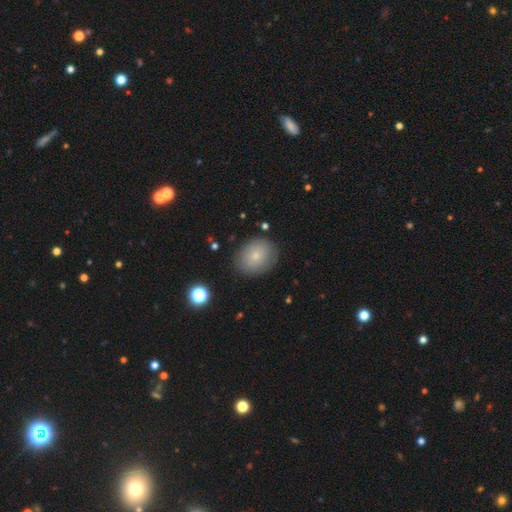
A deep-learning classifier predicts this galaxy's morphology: This appears to be a smooth galaxy with no disk features (76%) that is round (54%). Merging: none (83%).